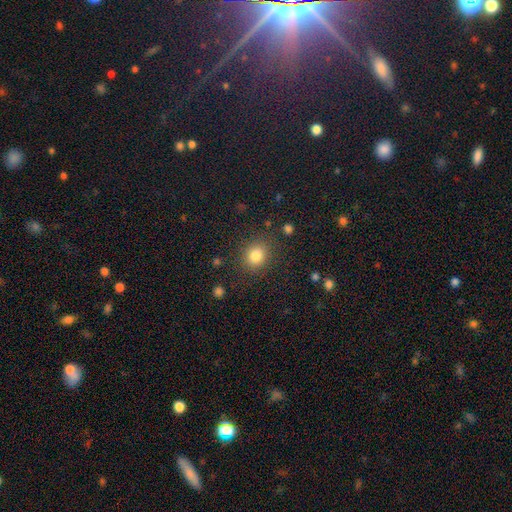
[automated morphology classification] Smooth or featured?
  - smooth: 82% *
  - star or artifact: 12%
  - featured or disk: 6%
How rounded?
  - round: 75% *
  - in between: 24%
  - cigar-shaped: 1%
Merging?
  - none: 85% *
  - minor disturbance: 9%
  - major disturbance: 4%
  - merger: 2%